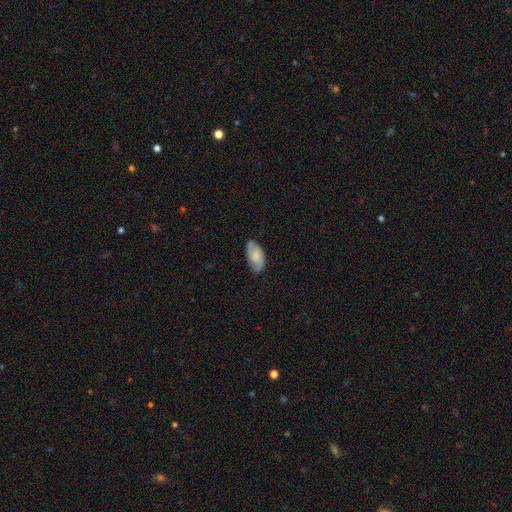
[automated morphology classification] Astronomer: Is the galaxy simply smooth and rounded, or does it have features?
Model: smooth — 55% (runner-up: featured or disk, 37%).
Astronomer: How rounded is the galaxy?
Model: in between — 94%.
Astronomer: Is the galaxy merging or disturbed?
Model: none — 69%.